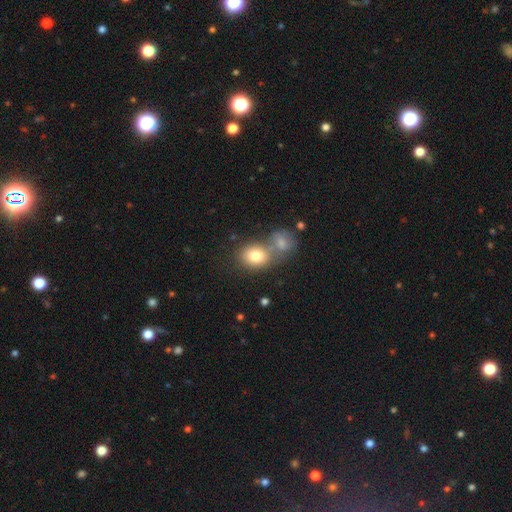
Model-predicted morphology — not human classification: A smooth galaxy with no disk features (80%) that is in between round and cigar-shaped (53%).

Vote fractions:
- Smooth or featured? smooth: 80% / featured or disk: 11% / star or artifact: 9%
- How rounded? in between: 53% / round: 45% / cigar-shaped: 1%
- Merging? merger: 43% / none: 42% / minor disturbance: 11% / major disturbance: 4%